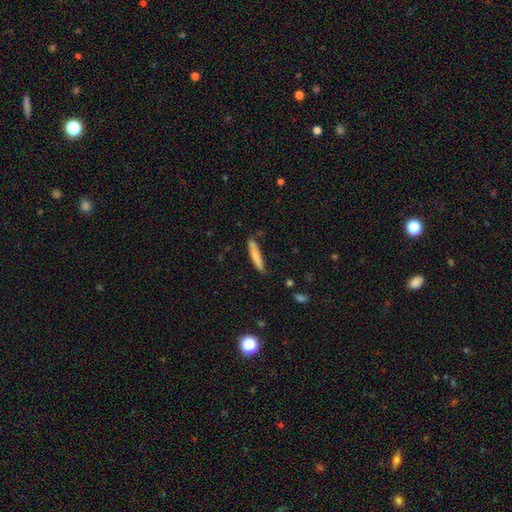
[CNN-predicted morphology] Smooth or featured? Predicted: smooth (p=0.72). How rounded? Predicted: cigar-shaped (p=0.91). Merging? Predicted: none (p=0.81).